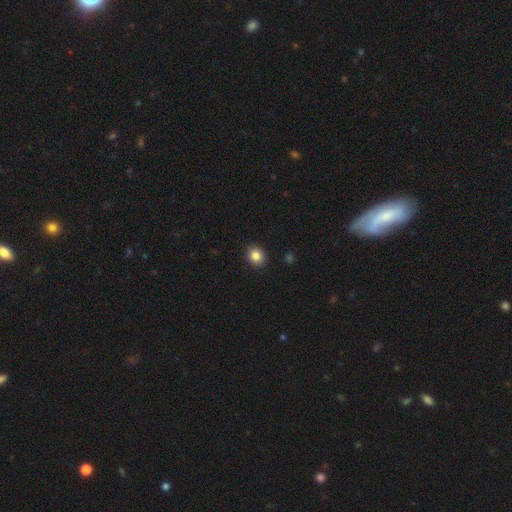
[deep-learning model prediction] smooth-or-featured: smooth: 85% | star or artifact: 10% | featured or disk: 5%
  how-rounded: round: 72% | in between: 27% | cigar-shaped: 1%
  merging: none: 91% | minor disturbance: 6% | major disturbance: 2% | merger: 1%